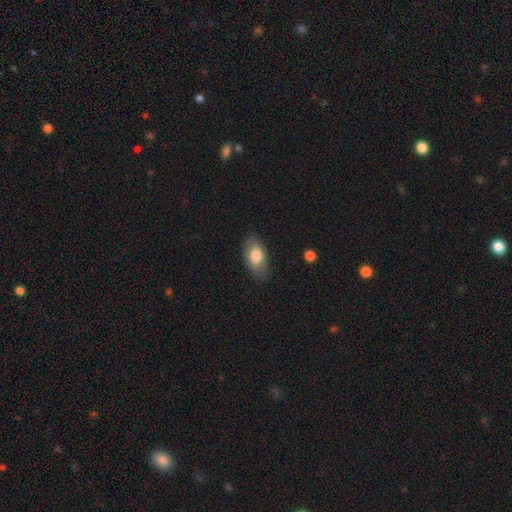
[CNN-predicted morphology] The model was most divided on "smooth or featured": smooth: 76%, featured or disk: 18%, star or artifact: 6%. More confident: how rounded — in between (90%); merging — none (80%).